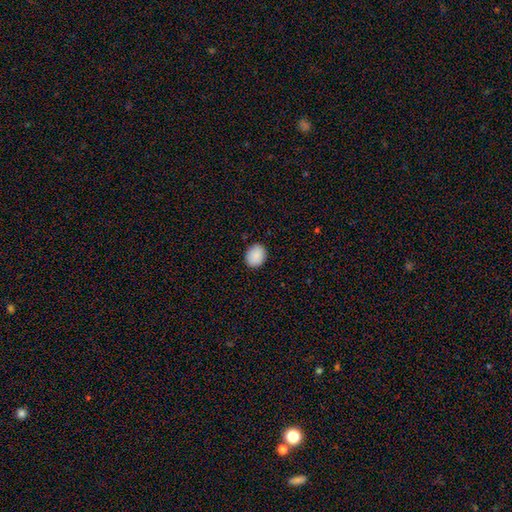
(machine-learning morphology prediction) Smooth or featured? smooth (89%)
How rounded? round (51%)
Merging? none (87%)